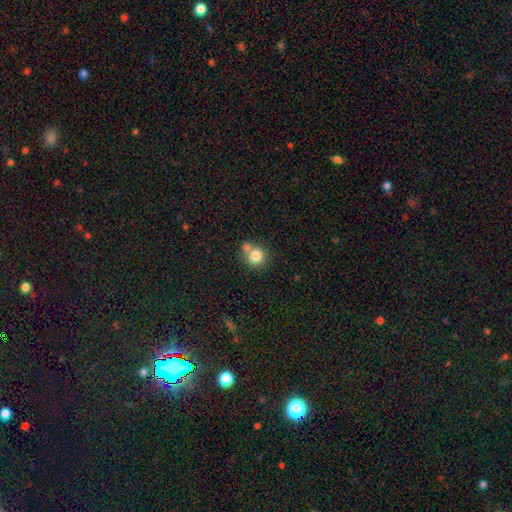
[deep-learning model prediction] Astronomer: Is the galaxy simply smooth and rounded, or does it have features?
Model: smooth — 80%.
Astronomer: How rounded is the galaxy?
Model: round — 87%.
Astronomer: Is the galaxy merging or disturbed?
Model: none — 50% (runner-up: merger, 35%).